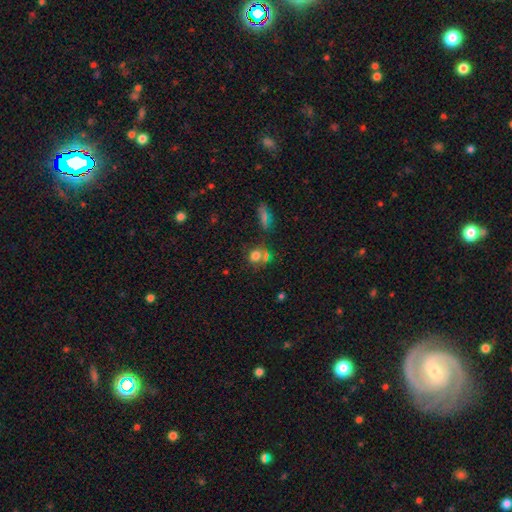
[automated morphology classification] The model was most divided on "merging": none: 57%, merger: 22%, minor disturbance: 13%, major disturbance: 7%. More confident: how rounded — round (69%); smooth or featured — smooth (68%).